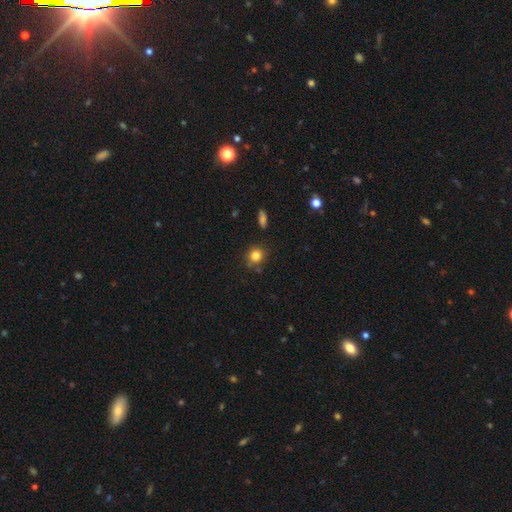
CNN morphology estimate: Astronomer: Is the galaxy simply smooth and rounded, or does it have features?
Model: smooth — 83%.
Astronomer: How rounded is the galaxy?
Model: round — 82%.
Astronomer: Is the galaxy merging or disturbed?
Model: none — 76%.